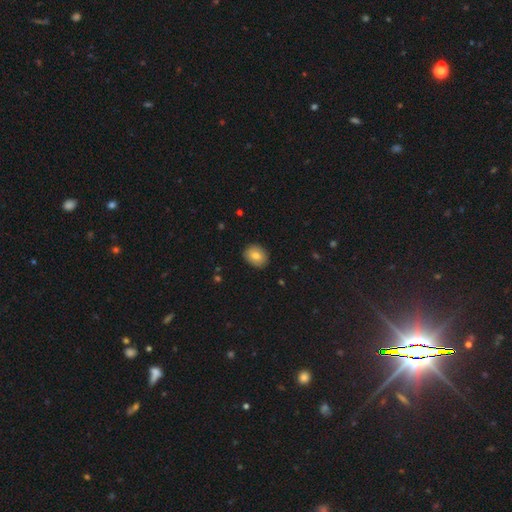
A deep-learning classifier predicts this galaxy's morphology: type=smooth (79%); roundness=in between (54%); merging=none (88%).